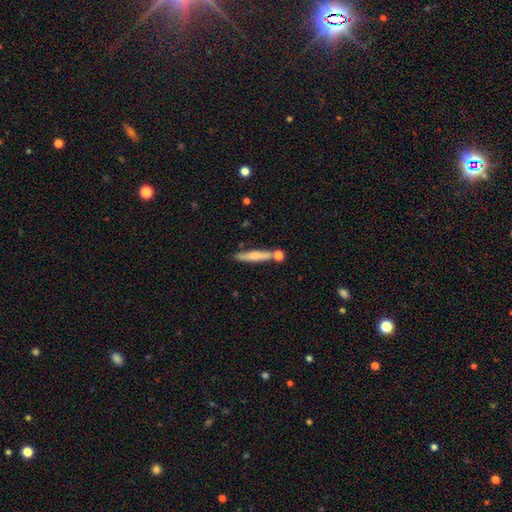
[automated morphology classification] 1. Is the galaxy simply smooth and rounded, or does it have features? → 66% smooth, 28% featured or disk, 6% star or artifact.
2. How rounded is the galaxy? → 90% cigar-shaped, 8% in between, 2% round.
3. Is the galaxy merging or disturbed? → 72% none, 13% minor disturbance, 12% merger, 3% major disturbance.